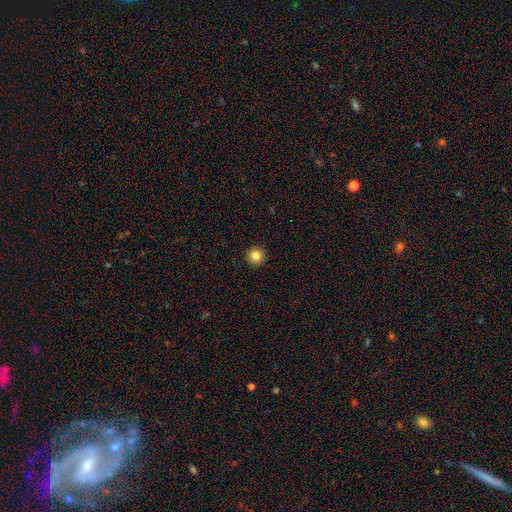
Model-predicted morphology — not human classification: This is clearly a smooth galaxy (84%). How rounded: clearly round (96%). Merging: clearly none (94%).